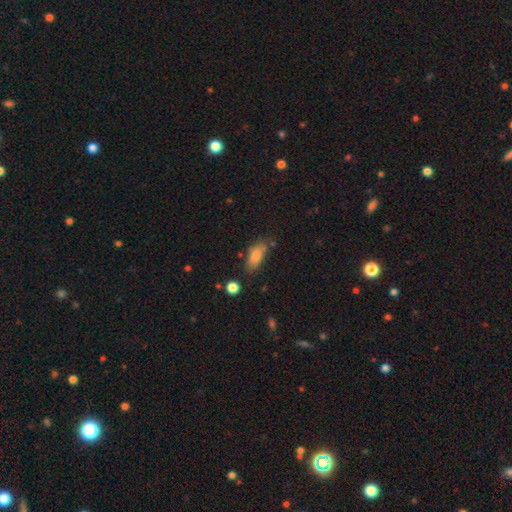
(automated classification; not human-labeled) smooth_or_featured: smooth (p=0.80) [alt: featured or disk p=0.12]
how_rounded: in between (p=0.83) [alt: cigar-shaped p=0.13]
merging: none (p=0.61) [alt: minor disturbance p=0.25]